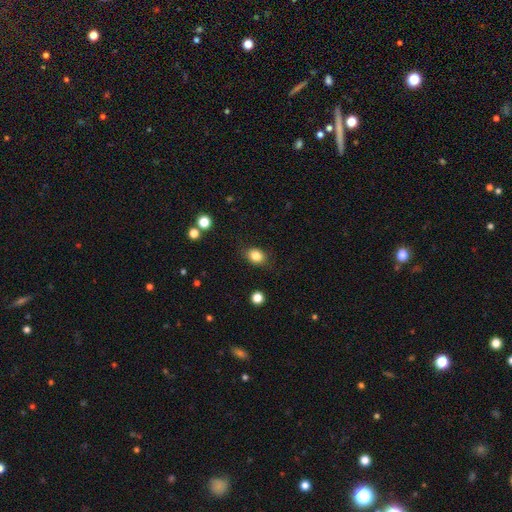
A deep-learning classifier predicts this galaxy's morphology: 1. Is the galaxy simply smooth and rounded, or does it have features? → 83% smooth, 10% star or artifact, 7% featured or disk.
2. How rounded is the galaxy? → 59% in between, 40% round, 1% cigar-shaped.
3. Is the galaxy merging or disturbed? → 82% none, 13% minor disturbance, 4% major disturbance, 2% merger.